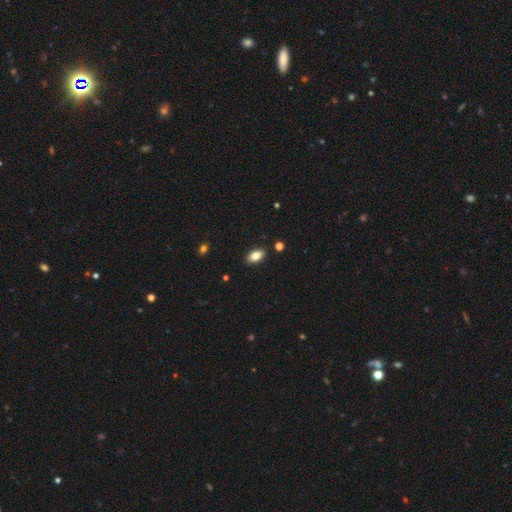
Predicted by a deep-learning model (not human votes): This is clearly a smooth galaxy (83%). How rounded: clearly in between (92%). Merging: clearly none (88%).